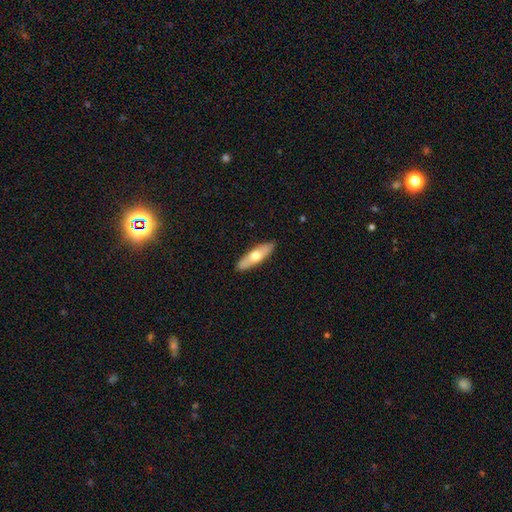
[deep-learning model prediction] Smooth or featured? Predicted: smooth (p=0.57). How rounded? Predicted: cigar-shaped (p=0.56). Merging? Predicted: none (p=0.89).